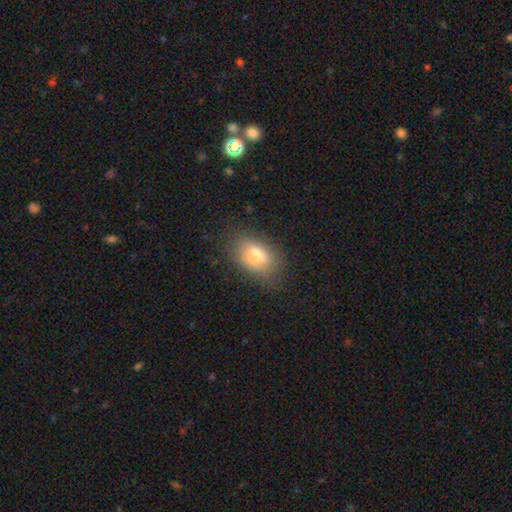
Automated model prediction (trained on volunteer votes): This is likely a smooth galaxy (77%). How rounded: clearly in between (86%). Merging: likely none (75%).